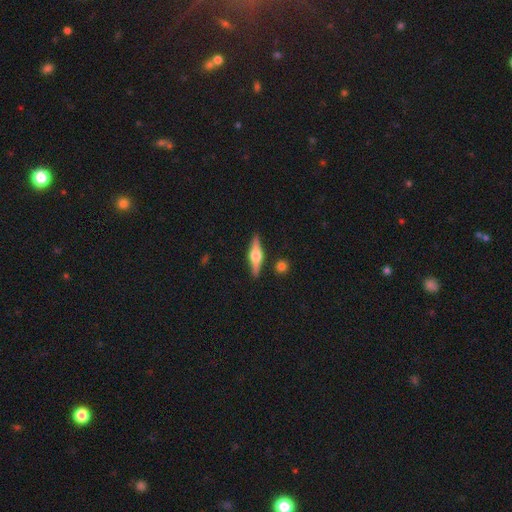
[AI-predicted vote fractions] featured or disk 71%, smooth 23%, star or artifact 6%. Down the decision tree: edge-on disk — yes (97%); edge-on bulge — rounded (93%); merging — none (88%).